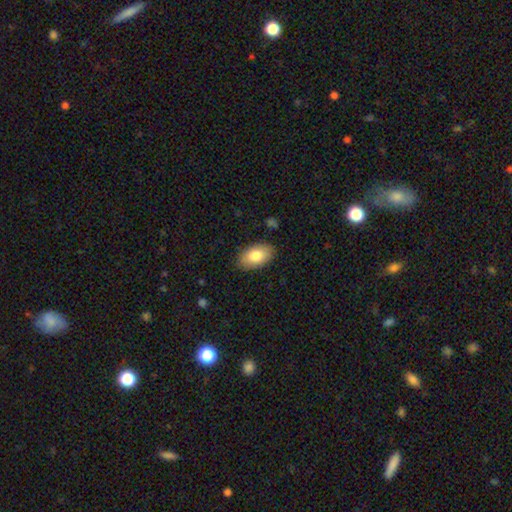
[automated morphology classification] Overall: smooth (79%). How rounded: in between (93%). Merging: none (86%).